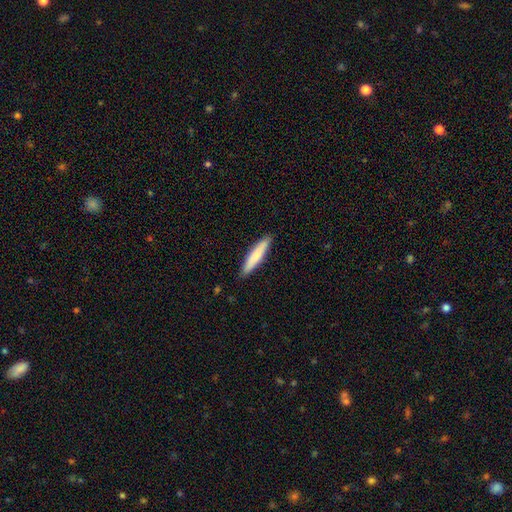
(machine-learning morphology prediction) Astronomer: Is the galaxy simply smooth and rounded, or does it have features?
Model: smooth — 76%.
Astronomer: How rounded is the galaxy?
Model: cigar-shaped — 88%.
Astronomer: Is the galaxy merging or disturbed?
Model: none — 89%.